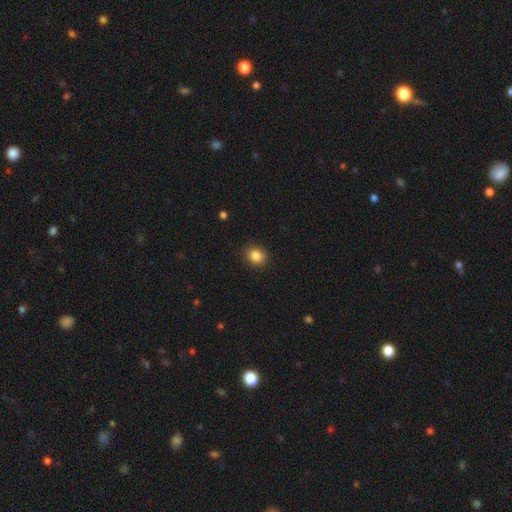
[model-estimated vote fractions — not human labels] A smooth galaxy with no disk features (85%) that is round (65%). Merging: none (89%).